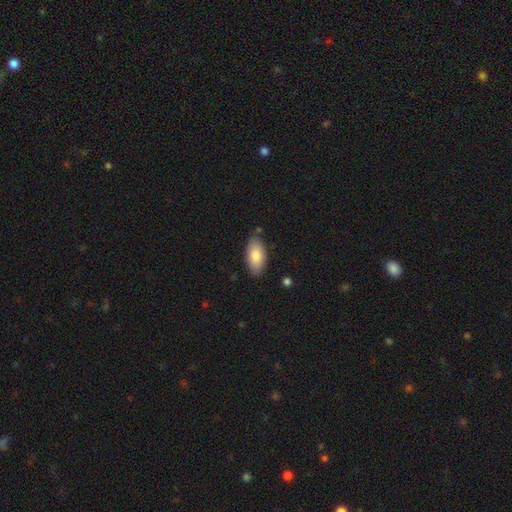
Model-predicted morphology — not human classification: Smooth or featured?
  - smooth: 82% *
  - featured or disk: 12%
  - star or artifact: 6%
How rounded?
  - in between: 93% *
  - cigar-shaped: 5%
  - round: 2%
Merging?
  - none: 80% *
  - minor disturbance: 14%
  - merger: 3%
  - major disturbance: 3%